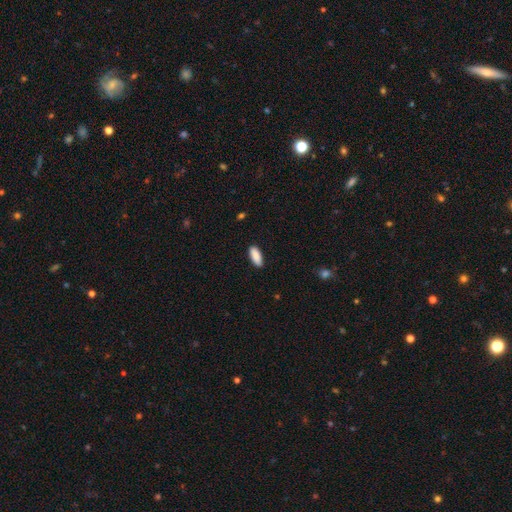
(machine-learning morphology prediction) Smooth or featured? Predicted: smooth (p=0.90). How rounded? Predicted: in between (p=0.79). Merging? Predicted: none (p=0.88).